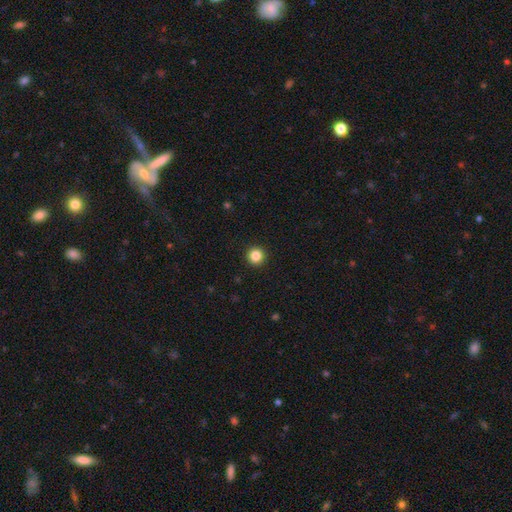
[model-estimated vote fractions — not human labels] Smooth or featured: smooth — 85% (star or artifact — 11%)
How rounded: round — 96% (in between — 3%)
Merging: none — 94% (minor disturbance — 4%)